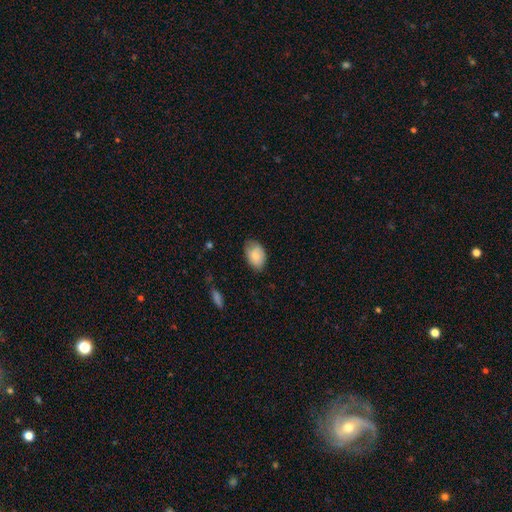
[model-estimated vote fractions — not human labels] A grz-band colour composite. It shows a smooth galaxy with no disk features (81%) that is in between round and cigar-shaped (87%). Merging: none (69%).